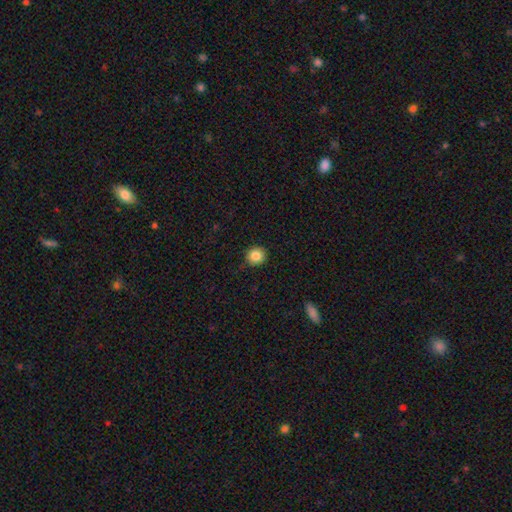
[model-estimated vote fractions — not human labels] Overall: smooth (85%). How rounded: round (91%). Merging: none (88%).